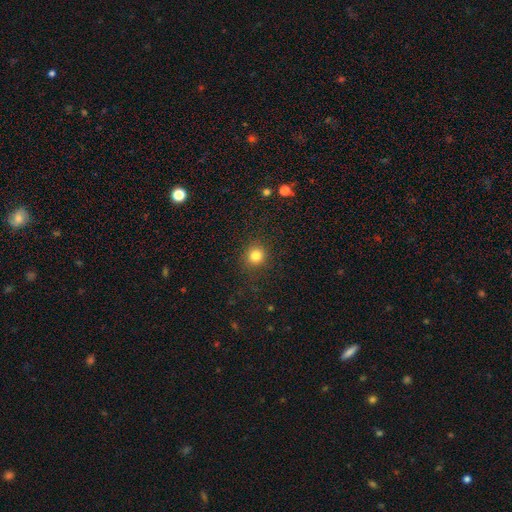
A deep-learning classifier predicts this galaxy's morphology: Smooth or featured: smooth — 82% (star or artifact — 13%)
How rounded: round — 90% (in between — 9%)
Merging: none — 88% (minor disturbance — 8%)